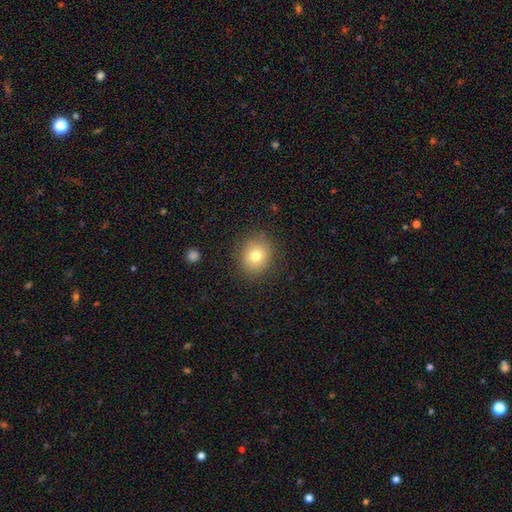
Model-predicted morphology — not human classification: type=smooth (77%); roundness=round (76%); merging=none (86%).